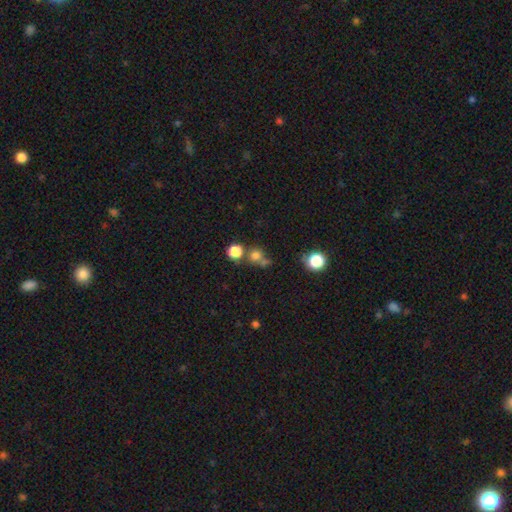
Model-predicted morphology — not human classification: This is likely a smooth galaxy (72%). How rounded: clearly round (88%). Merging: possibly none (57%).